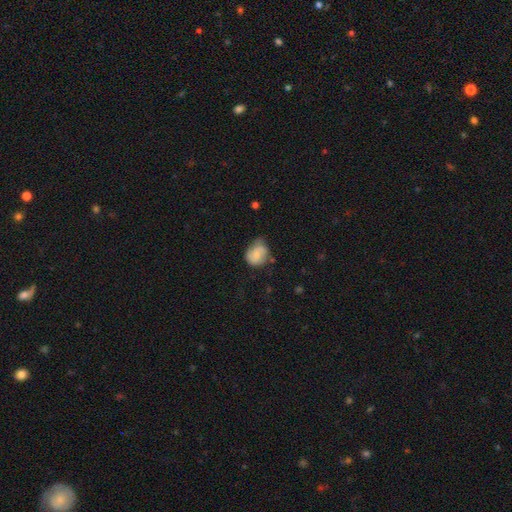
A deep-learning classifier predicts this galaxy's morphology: Q: Smooth or featured?
A: smooth (61%); runner-up: featured or disk (31%)
Q: How rounded?
A: round (58%); runner-up: in between (41%)
Q: Merging?
A: none (46%); runner-up: minor disturbance (39%)